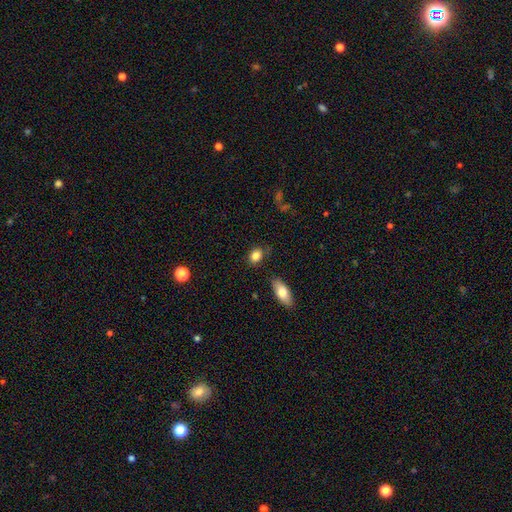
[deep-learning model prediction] The model was most divided on "how rounded": in between: 65%, round: 33%, cigar-shaped: 2%. More confident: smooth or featured — smooth (84%); merging — none (79%).